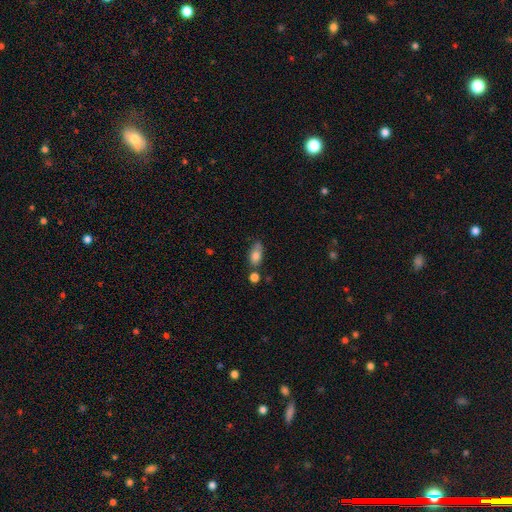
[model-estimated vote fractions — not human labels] Smooth or featured? Predicted: smooth (p=0.78). How rounded? Predicted: in between (p=0.82). Merging? Predicted: none (p=0.49).